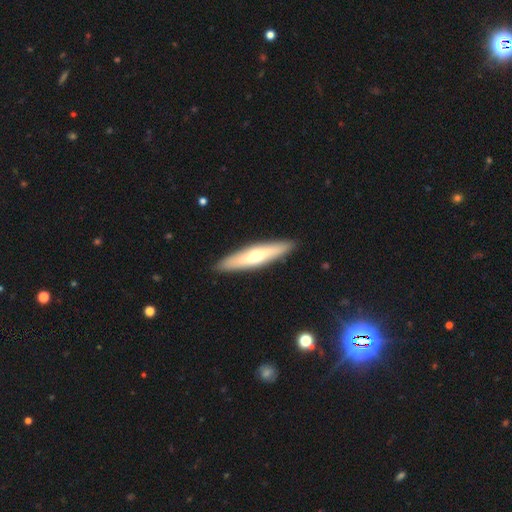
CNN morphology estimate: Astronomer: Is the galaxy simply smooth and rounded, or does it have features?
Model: smooth — 47%, tied with featured or disk at 47%.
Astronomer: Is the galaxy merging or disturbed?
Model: none — 91%.